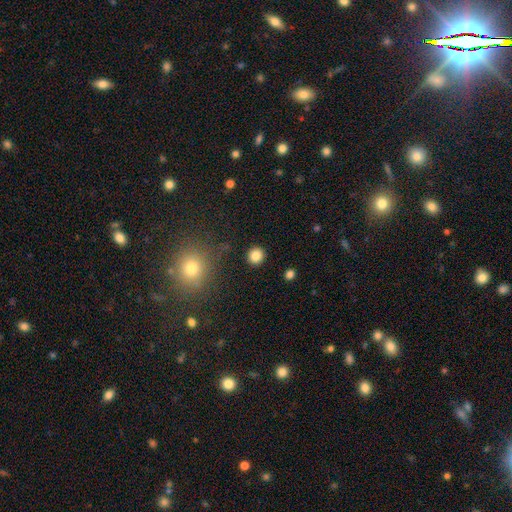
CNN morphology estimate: A smooth galaxy with no disk features (84%) that is round (91%).

Vote fractions:
- Smooth or featured? smooth: 84% / star or artifact: 11% / featured or disk: 5%
- How rounded? round: 91% / in between: 8% / cigar-shaped: 1%
- Merging? none: 90% / minor disturbance: 6% / major disturbance: 2% / merger: 2%